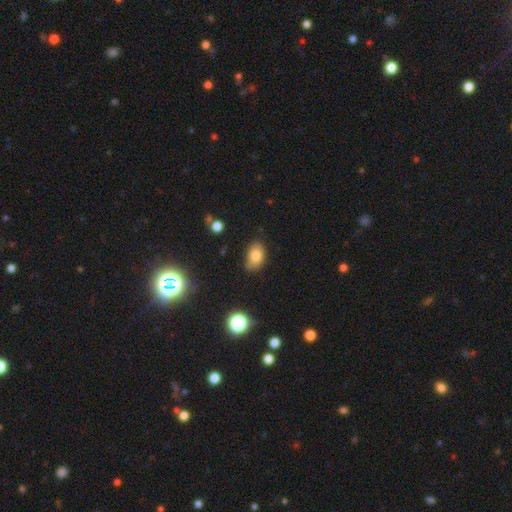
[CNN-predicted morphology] A smooth galaxy with no disk features (79%) that is in between round and cigar-shaped (85%).

Vote fractions:
- Smooth or featured? smooth: 79% / star or artifact: 11% / featured or disk: 10%
- How rounded? in between: 85% / round: 14% / cigar-shaped: 1%
- Merging? none: 70% / minor disturbance: 23% / major disturbance: 4% / merger: 3%